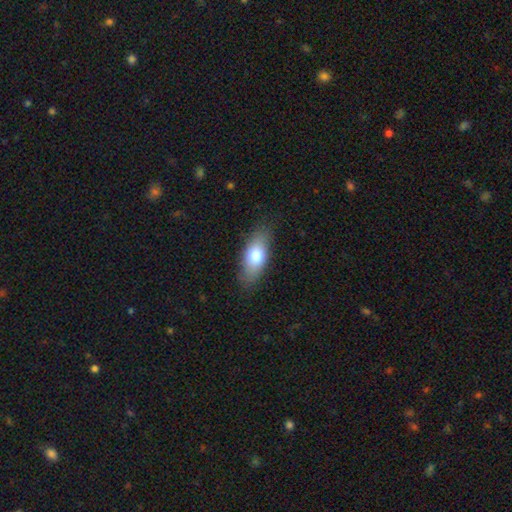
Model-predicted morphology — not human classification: smooth-or-featured: smooth: 74% | featured or disk: 19% | star or artifact: 7%
  how-rounded: in between: 81% | cigar-shaped: 16% | round: 4%
  merging: none: 82% | minor disturbance: 13% | major disturbance: 3% | merger: 1%